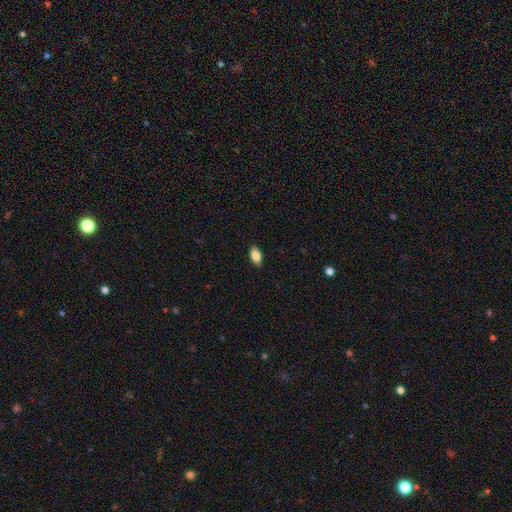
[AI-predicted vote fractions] Q: Smooth or featured?
A: smooth (83%); runner-up: featured or disk (10%)
Q: How rounded?
A: in between (90%); runner-up: cigar-shaped (5%)
Q: Merging?
A: none (87%); runner-up: minor disturbance (10%)